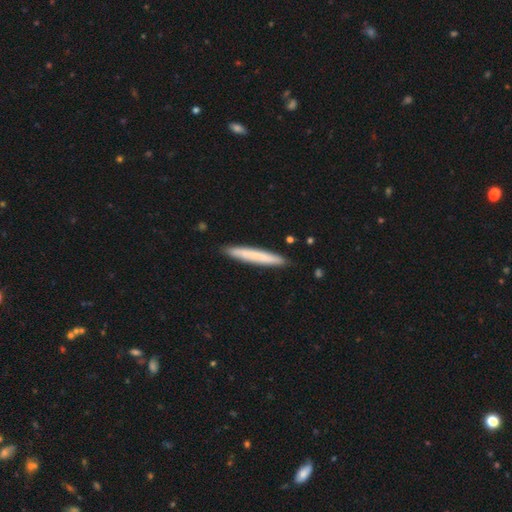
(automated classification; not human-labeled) Smooth or featured?
  - smooth: 71% *
  - featured or disk: 23%
  - star or artifact: 6%
How rounded?
  - cigar-shaped: 96% *
  - in between: 3%
  - round: 1%
Merging?
  - none: 90% *
  - minor disturbance: 8%
  - major disturbance: 1%
  - merger: 1%